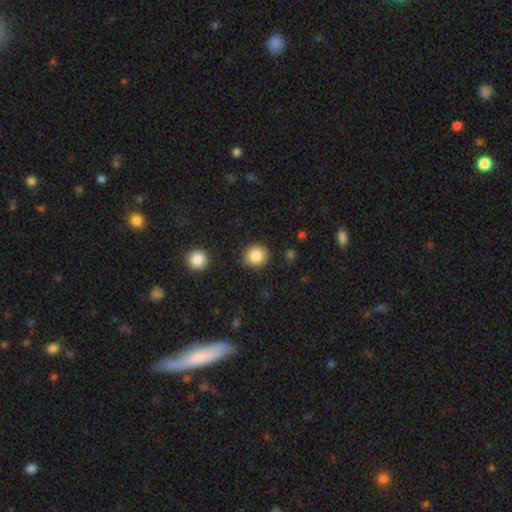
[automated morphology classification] This is clearly a smooth galaxy (85%). How rounded: clearly round (86%). Merging: clearly none (83%).